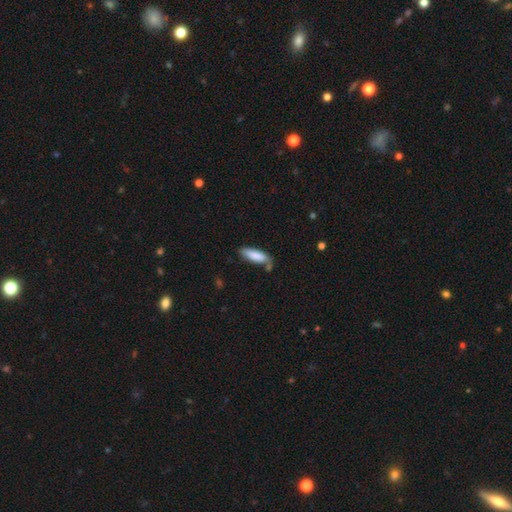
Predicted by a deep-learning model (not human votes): Smooth or featured? smooth (82%)
How rounded? in between (49%, tied with cigar-shaped)
Merging? none (57%)